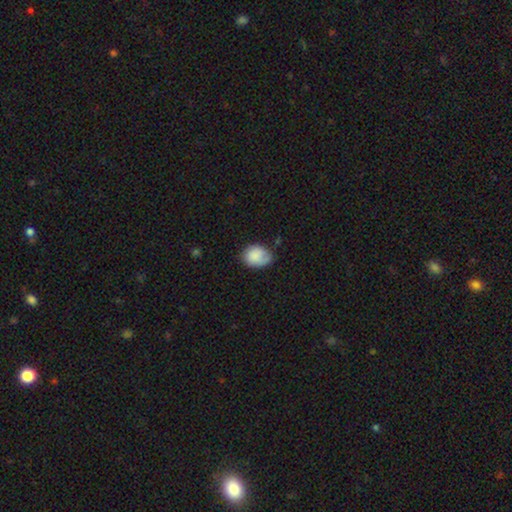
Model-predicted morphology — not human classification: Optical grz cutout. It shows a smooth galaxy with no disk features (77%) that is in between round and cigar-shaped (61%). Merging: none (54%).